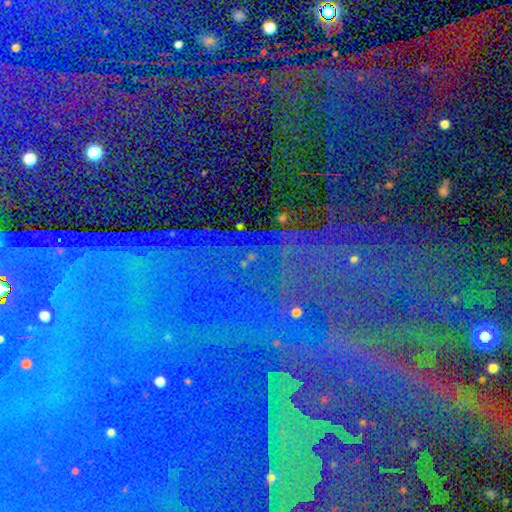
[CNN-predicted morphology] Smooth or featured: star or artifact — 87% (featured or disk — 6%)